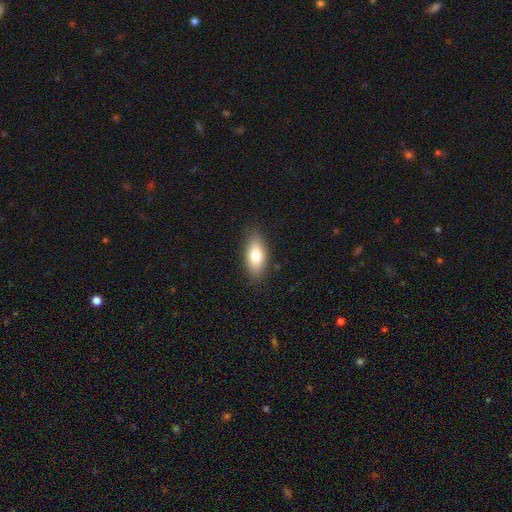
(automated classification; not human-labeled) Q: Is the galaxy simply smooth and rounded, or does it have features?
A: smooth — 78%.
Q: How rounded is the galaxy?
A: in between — 84%.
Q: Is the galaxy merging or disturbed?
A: none — 85%.